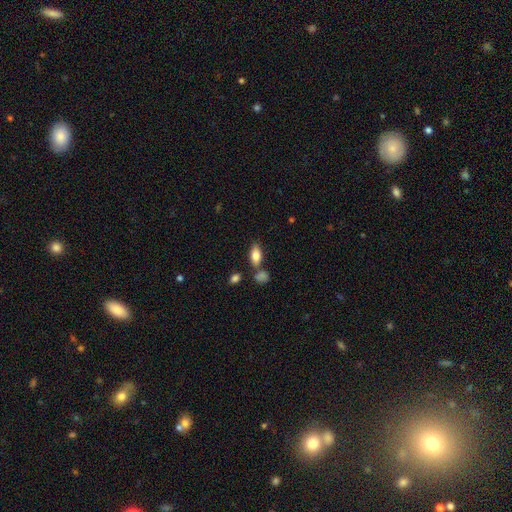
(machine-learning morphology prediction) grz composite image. It shows a smooth galaxy with no disk features (82%) that is in between round and cigar-shaped (87%). Merging: none (66%).